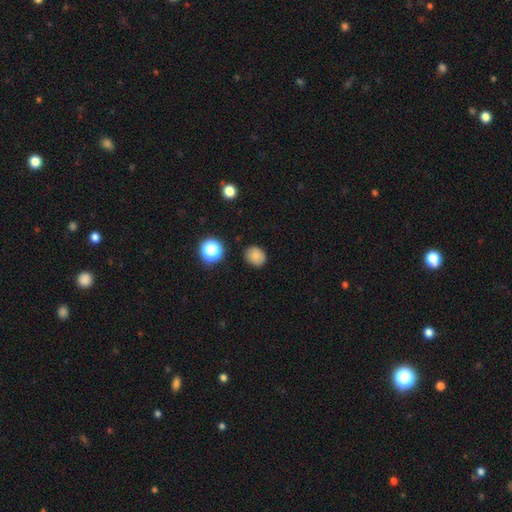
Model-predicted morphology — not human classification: smooth_or_featured: smooth (p=0.81) [alt: star or artifact p=0.12]
how_rounded: round (p=0.63) [alt: in between p=0.36]
merging: none (p=0.85) [alt: minor disturbance p=0.11]